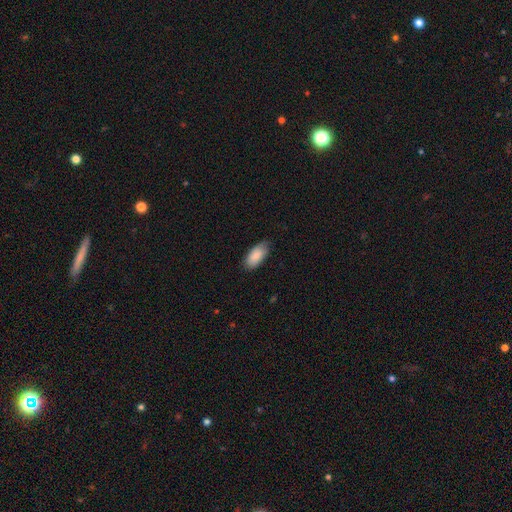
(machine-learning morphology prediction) This is clearly a smooth galaxy (88%). How rounded: clearly in between (90%). Merging: likely none (74%).